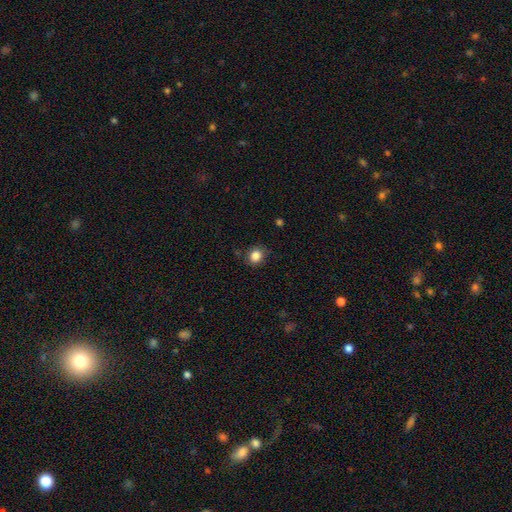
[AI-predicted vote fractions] Morphology: type=smooth (85%); roundness=round (76%); merging=none (83%).